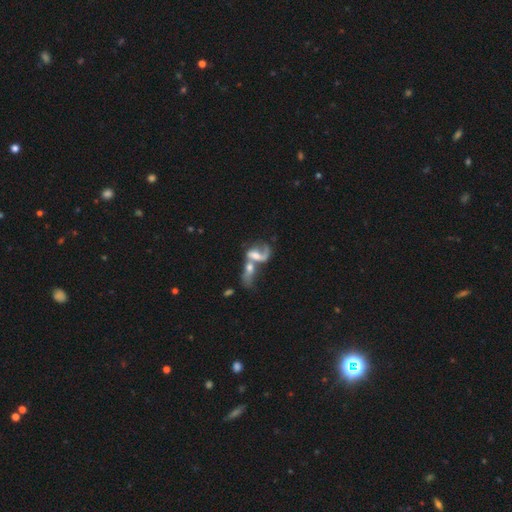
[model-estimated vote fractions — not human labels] Q: Smooth or featured?
A: featured or disk (64%); runner-up: smooth (27%)
Q: Edge-on disk?
A: no (94%); runner-up: yes (6%)
Q: Bar?
A: no (50%); runner-up: weak (34%)
Q: Spiral arms?
A: yes (70%); runner-up: no (30%)
Q: Bulge size?
A: moderate (43%); runner-up: small (21%)
Q: Merging?
A: merger (72%); runner-up: major disturbance (13%)